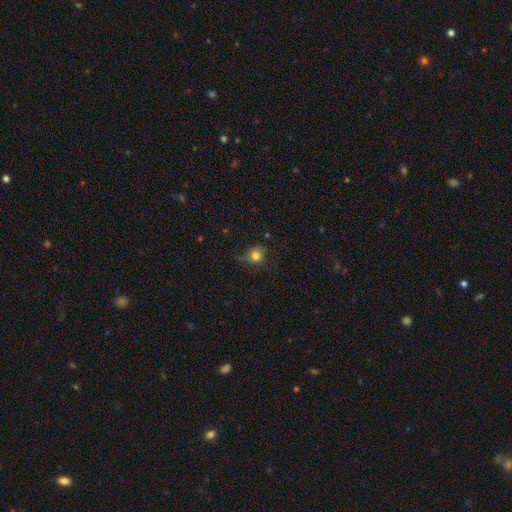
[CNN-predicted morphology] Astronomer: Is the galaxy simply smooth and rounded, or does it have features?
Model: smooth — 78%.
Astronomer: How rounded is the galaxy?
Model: round — 85%.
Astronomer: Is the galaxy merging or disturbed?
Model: none — 65%.